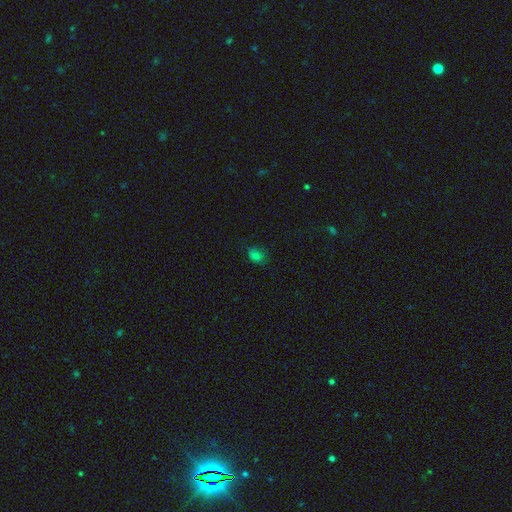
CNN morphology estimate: type=smooth (76%); roundness=in between (63%); merging=none (72%).